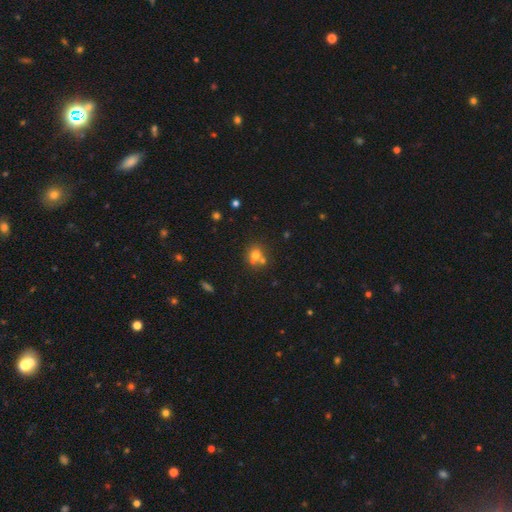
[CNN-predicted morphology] smooth 70%, star or artifact 16%, featured or disk 14%. Down the decision tree: how rounded — round (78%); merging — none (55%).